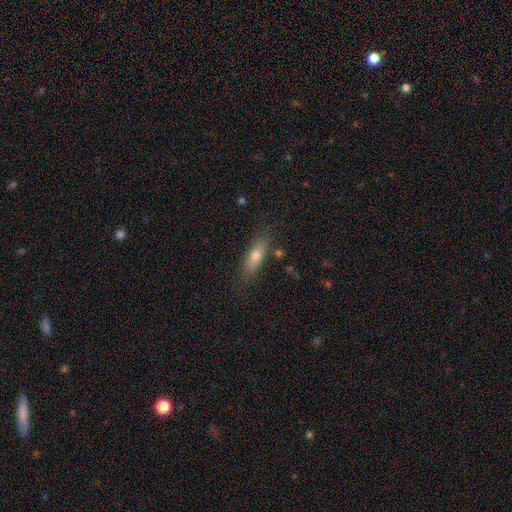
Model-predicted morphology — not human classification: A smooth galaxy with no disk features (68%) that is cigar-shaped (49%). Merging: none (78%).